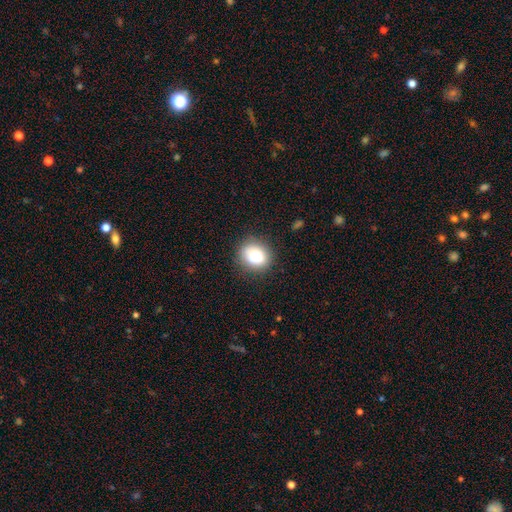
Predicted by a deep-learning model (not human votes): Smooth or featured? Predicted: smooth (p=0.80). How rounded? Predicted: round (p=0.65). Merging? Predicted: none (p=0.82).